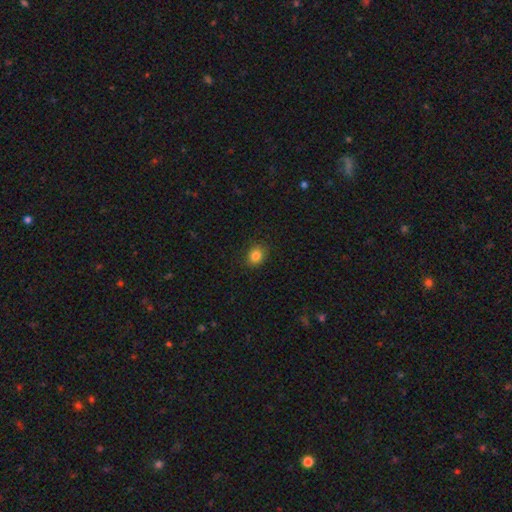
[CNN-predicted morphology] smooth_or_featured: smooth (p=0.84) [alt: star or artifact p=0.11]
how_rounded: round (p=0.56) [alt: in between p=0.43]
merging: none (p=0.88) [alt: minor disturbance p=0.09]